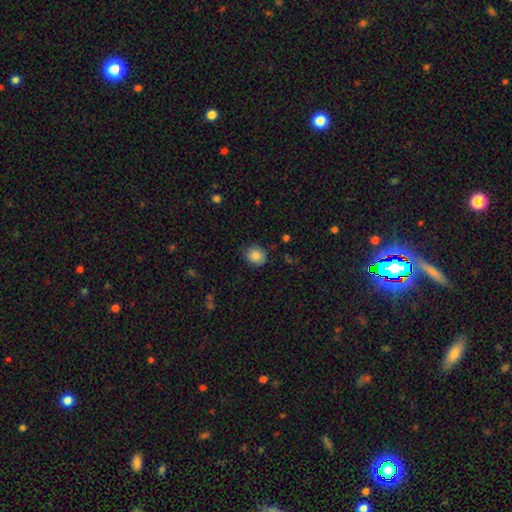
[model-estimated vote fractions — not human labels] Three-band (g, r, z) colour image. It shows a smooth galaxy with no disk features (86%) that is round (76%). Merging: none (79%).